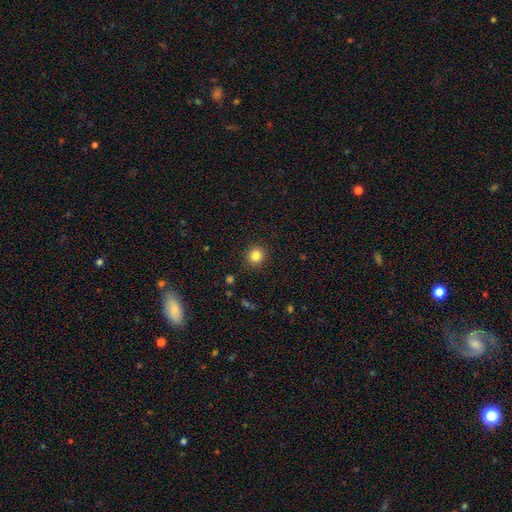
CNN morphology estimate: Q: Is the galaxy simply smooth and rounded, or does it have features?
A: smooth — 84%.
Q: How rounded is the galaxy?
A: round — 91%.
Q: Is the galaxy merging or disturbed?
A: none — 91%.